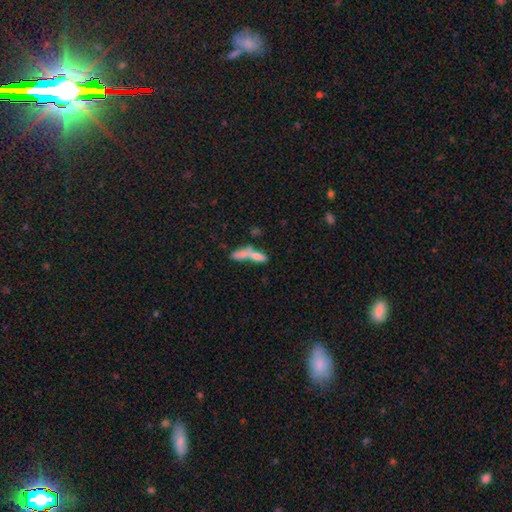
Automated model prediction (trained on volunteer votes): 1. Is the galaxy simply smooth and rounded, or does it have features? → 70% smooth, 20% featured or disk, 10% star or artifact.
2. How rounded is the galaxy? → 60% cigar-shaped, 36% in between, 4% round.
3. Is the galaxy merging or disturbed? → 57% merger, 27% none, 9% minor disturbance, 7% major disturbance.